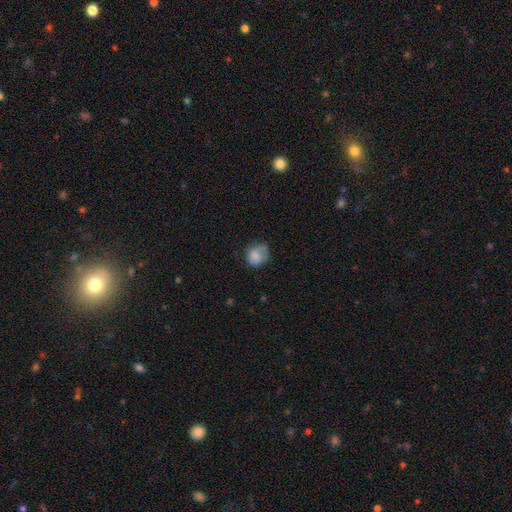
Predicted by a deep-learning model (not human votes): Overall: smooth (76%). How rounded: round (73%). Merging: none (50%; minor disturbance 31%).